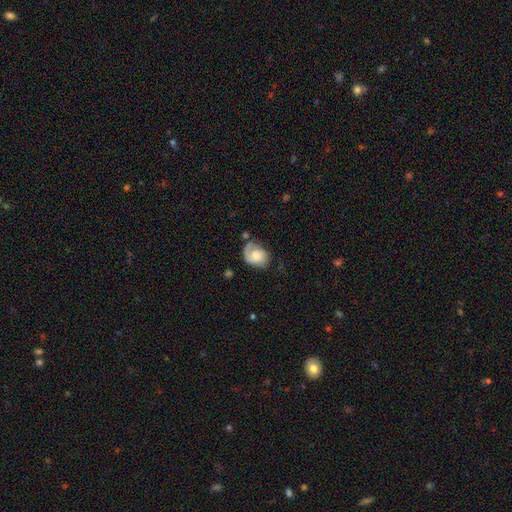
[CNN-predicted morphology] Smooth or featured?
  - featured or disk: 56% *
  - smooth: 37%
  - star or artifact: 7%
Edge-on disk?
  - no: 97% *
  - yes: 3%
Bar?
  - no: 73% *
  - weak: 24%
  - strong: 3%
Spiral arms?
  - yes: 88% *
  - no: 12%
Bulge size?
  - moderate: 46% *
  - small: 27%
  - large: 16%
  - none: 8%
  - dominant: 3%
Merging?
  - none: 51% *
  - minor disturbance: 27%
  - major disturbance: 18%
  - merger: 4%